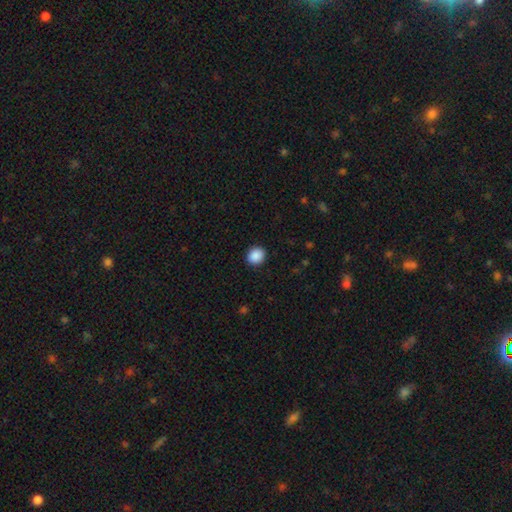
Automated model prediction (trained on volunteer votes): A smooth galaxy with no disk features (89%) that is round (78%).

Vote fractions:
- Smooth or featured? smooth: 89% / star or artifact: 8% / featured or disk: 2%
- How rounded? round: 78% / in between: 21% / cigar-shaped: 1%
- Merging? none: 91% / minor disturbance: 6% / major disturbance: 2% / merger: 1%